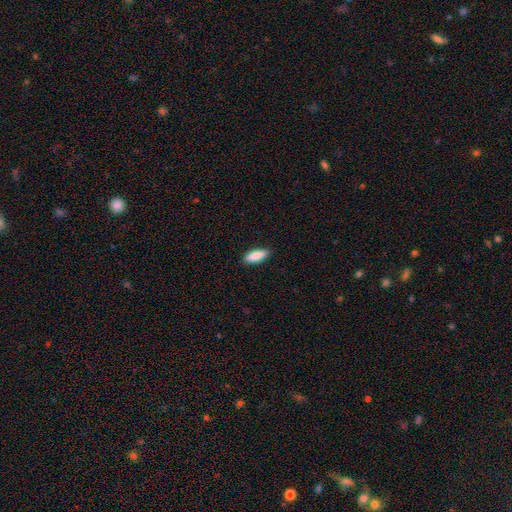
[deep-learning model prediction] Morphology: type=smooth (87%); roundness=in between (65%); merging=none (89%).